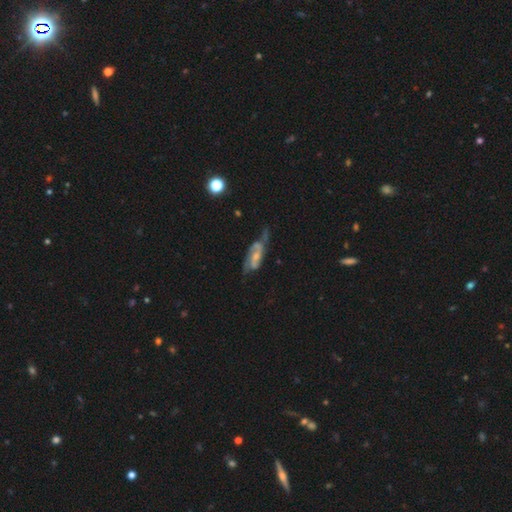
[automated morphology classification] This is likely a featured or disk galaxy (77%). It is clearly not viewed edge-on (91%). Bar: marginally weak (43%). Spiral arm pattern: clearly yes (89%). Spiral arm count: clearly 2 (81%). Spiral winding: possibly medium (46%). Central bulge: possibly small (46%). Merging: marginally none (45%).